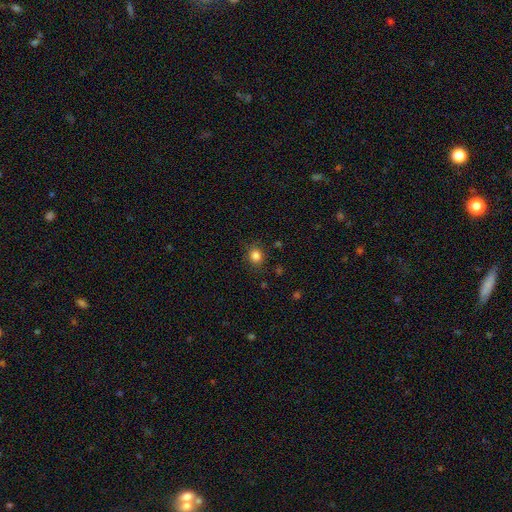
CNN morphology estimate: Smooth or featured?
  - smooth: 84% *
  - star or artifact: 12%
  - featured or disk: 4%
How rounded?
  - round: 73% *
  - in between: 26%
  - cigar-shaped: 1%
Merging?
  - none: 86% *
  - minor disturbance: 10%
  - major disturbance: 3%
  - merger: 1%